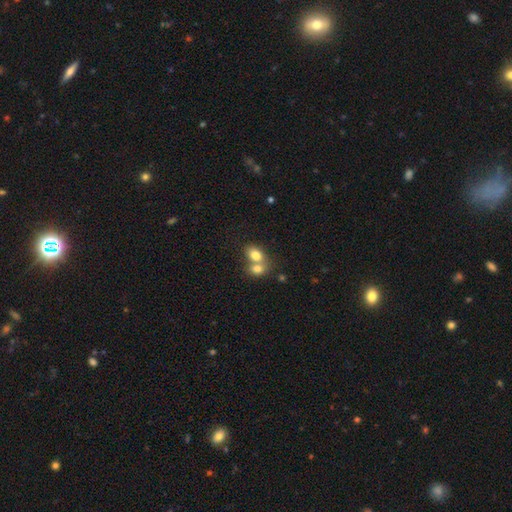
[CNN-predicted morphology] Smooth or featured? Predicted: smooth (p=0.78). How rounded? Predicted: in between (p=0.68). Merging? Predicted: merger (p=0.64).